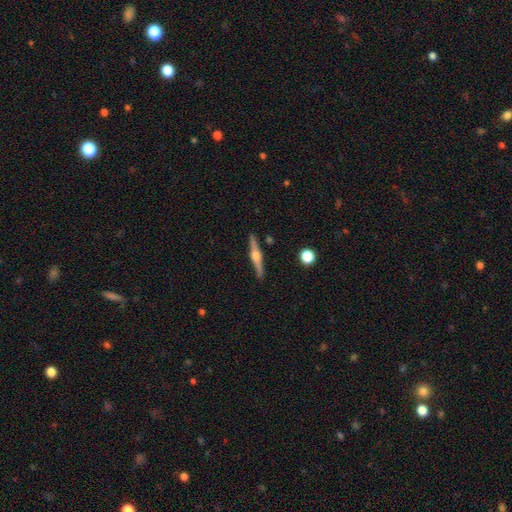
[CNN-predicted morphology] Smooth or featured? Predicted: featured or disk (p=0.75). Edge-on disk? Predicted: yes (p=0.98). Edge-on bulge? Predicted: rounded (p=0.92). Merging? Predicted: none (p=0.90).